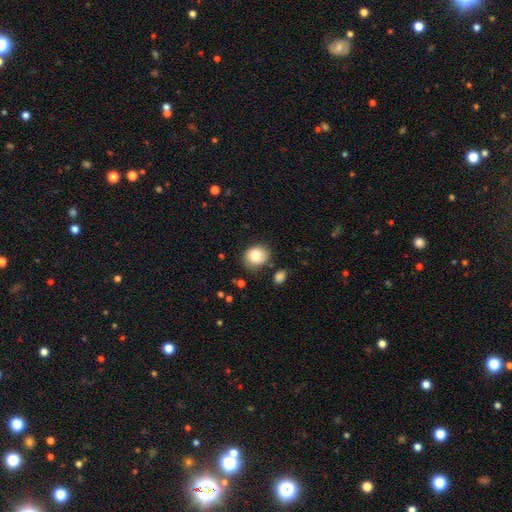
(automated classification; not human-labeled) A smooth galaxy with no disk features (85%) that is round (72%).

Vote fractions:
- Smooth or featured? smooth: 85% / star or artifact: 8% / featured or disk: 7%
- How rounded? round: 72% / in between: 28% / cigar-shaped: 1%
- Merging? none: 76% / minor disturbance: 16% / merger: 4% / major disturbance: 4%